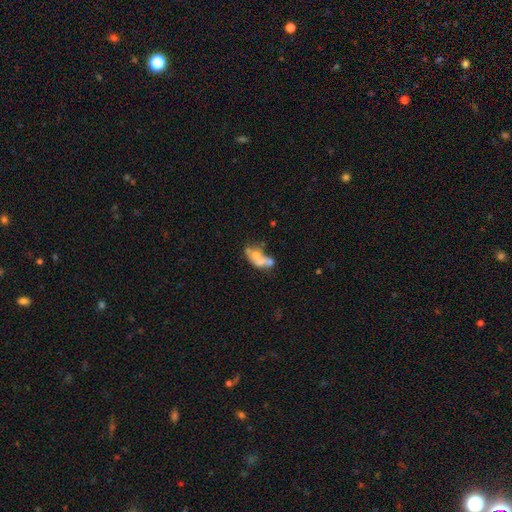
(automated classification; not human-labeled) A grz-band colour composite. It shows a featured or disk galaxy (47%). Merging: merger (53%).